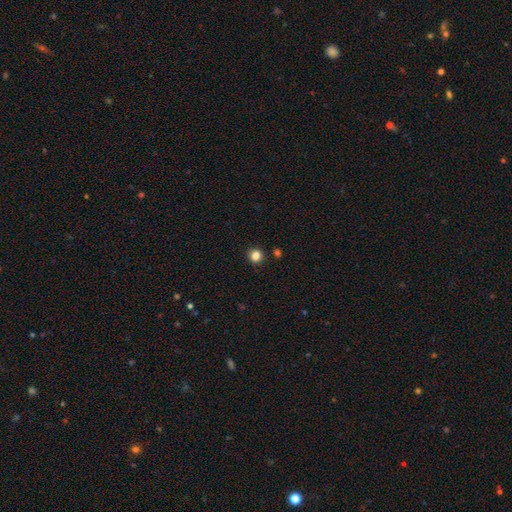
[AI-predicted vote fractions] Smooth or featured: smooth — 84% (star or artifact — 13%)
How rounded: round — 91% (in between — 8%)
Merging: none — 90% (minor disturbance — 6%)